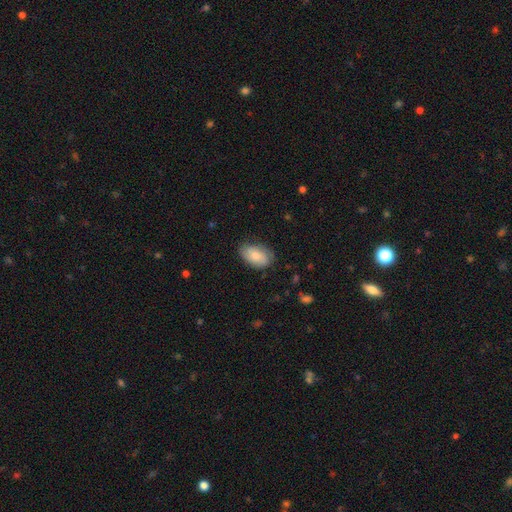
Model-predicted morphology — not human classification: Overall: smooth (79%). How rounded: in between (92%). Merging: none (73%).